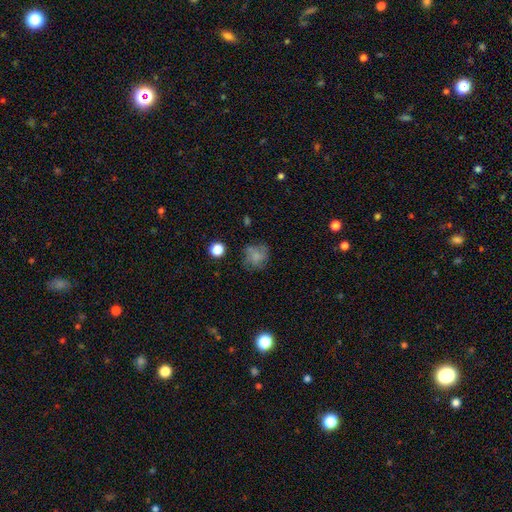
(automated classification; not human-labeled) Overall: smooth (68%). How rounded: round (78%). Merging: none (63%).